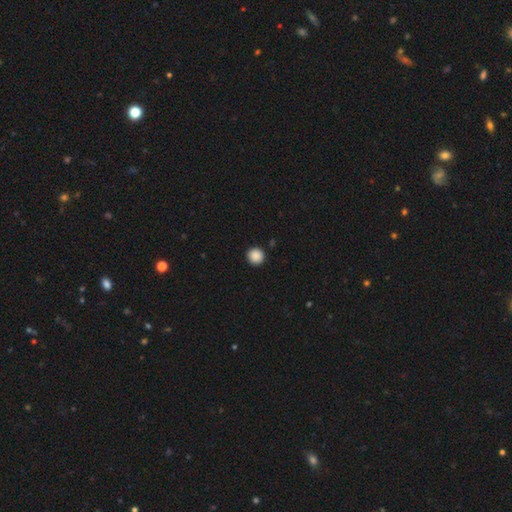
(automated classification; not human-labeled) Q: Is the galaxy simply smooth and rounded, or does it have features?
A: smooth — 89%.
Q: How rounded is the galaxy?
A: round — 95%.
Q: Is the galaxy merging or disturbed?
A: none — 93%.